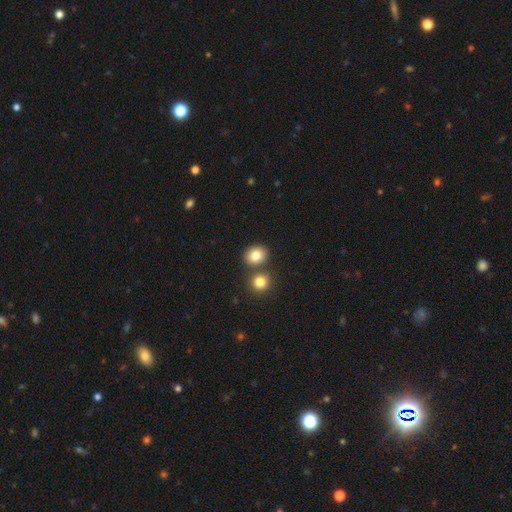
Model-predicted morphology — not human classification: This is clearly a smooth galaxy (82%). How rounded: likely round (65%). Merging: likely none (68%).